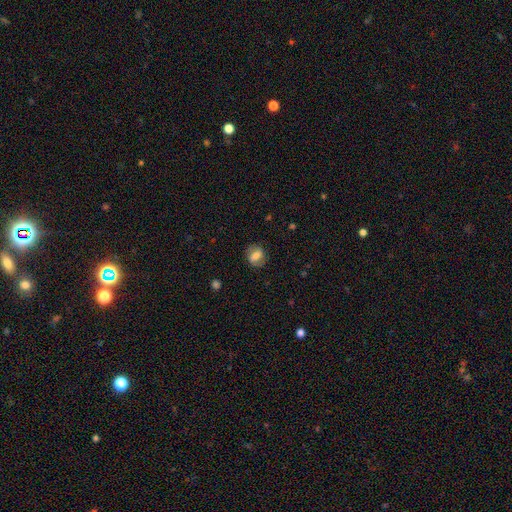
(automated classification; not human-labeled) Q: Smooth or featured?
A: smooth (59%); runner-up: featured or disk (32%)
Q: How rounded?
A: in between (57%); runner-up: round (41%)
Q: Merging?
A: none (75%); runner-up: minor disturbance (16%)